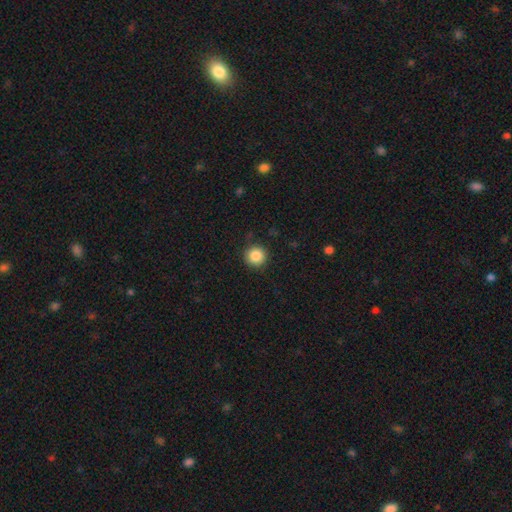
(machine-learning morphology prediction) smooth_or_featured: smooth (p=0.87) [alt: star or artifact p=0.09]
how_rounded: round (p=0.95) [alt: in between p=0.04]
merging: none (p=0.90) [alt: minor disturbance p=0.07]